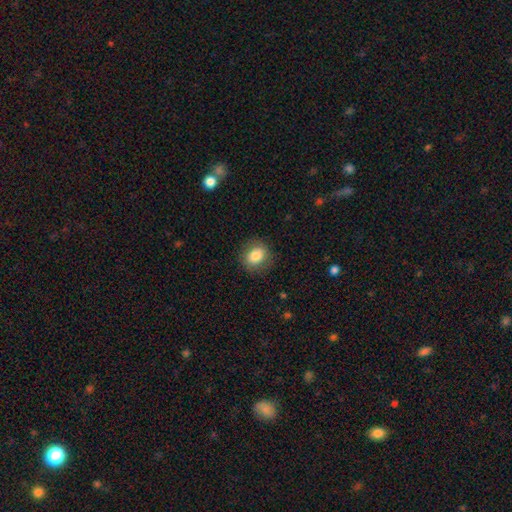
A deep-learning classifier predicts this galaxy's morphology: A smooth galaxy with no disk features (82%) that is round (57%).

Vote fractions:
- Smooth or featured? smooth: 82% / featured or disk: 9% / star or artifact: 8%
- How rounded? round: 57% / in between: 42% / cigar-shaped: 1%
- Merging? none: 85% / minor disturbance: 11% / major disturbance: 4% / merger: 1%